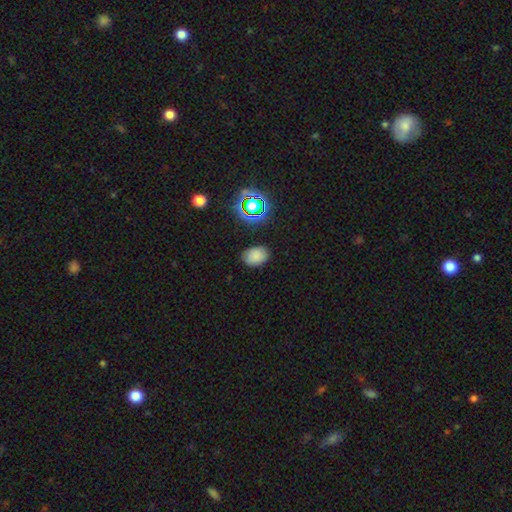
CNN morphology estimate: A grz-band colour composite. It shows a smooth galaxy with no disk features (77%) that is in between round and cigar-shaped (76%). Merging: none (83%).